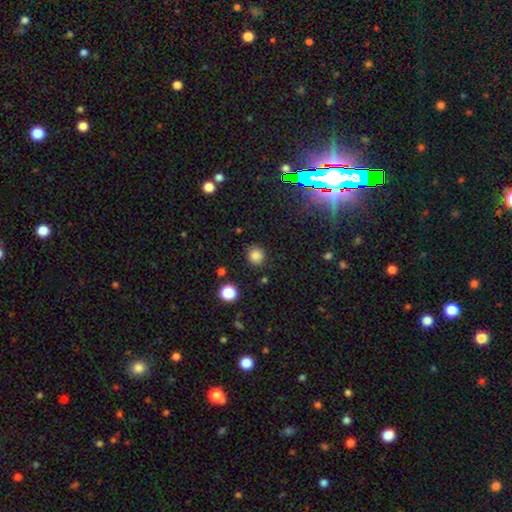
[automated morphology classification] Overall: smooth (83%). How rounded: round (90%). Merging: none (87%).